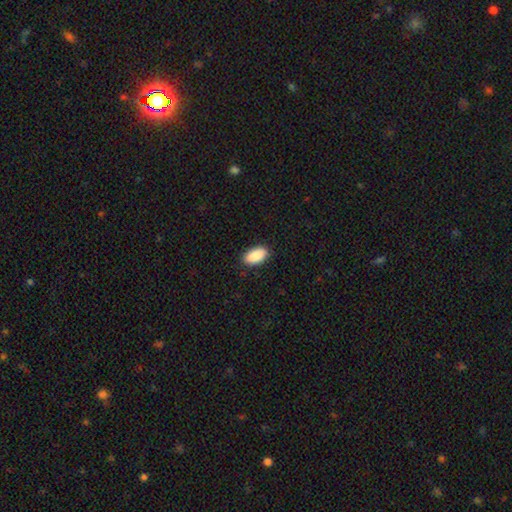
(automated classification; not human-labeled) This is clearly a smooth galaxy (90%). How rounded: clearly in between (94%). Merging: clearly none (89%).